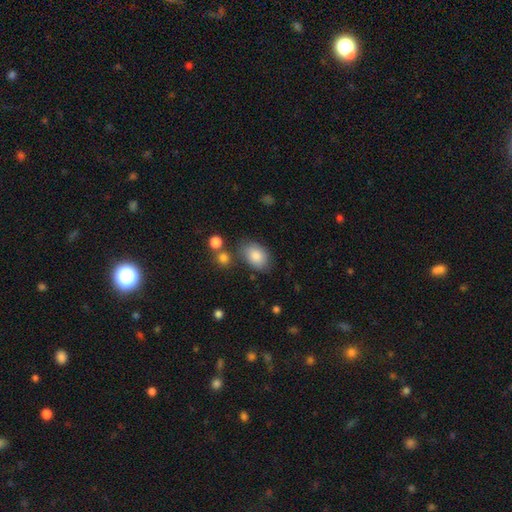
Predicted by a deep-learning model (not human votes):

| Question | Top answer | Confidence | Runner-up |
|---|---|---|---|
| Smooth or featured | smooth | 84% | featured or disk (8%) |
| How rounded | in between | 80% | round (18%) |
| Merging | none | 70% | minor disturbance (18%) |